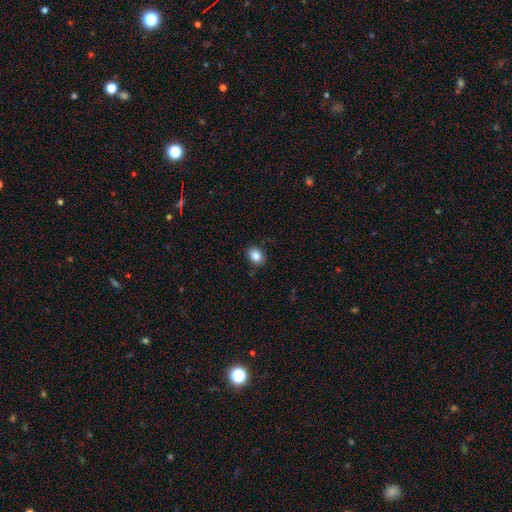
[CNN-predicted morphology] The model was most divided on "how rounded": round: 52%, in between: 47%, cigar-shaped: 1%. More confident: smooth or featured — smooth (86%); merging — none (86%).